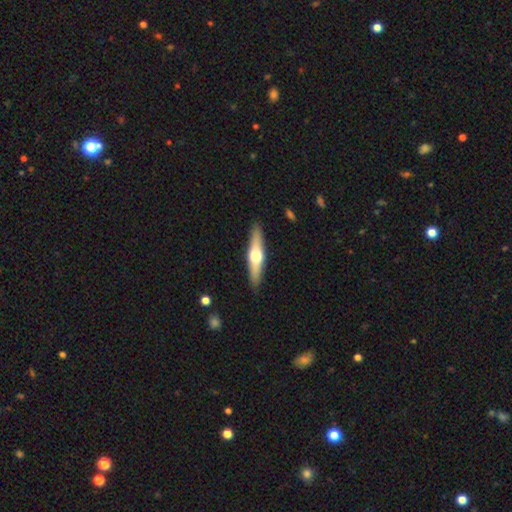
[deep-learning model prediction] smooth_or_featured: featured or disk (p=0.56) [alt: smooth p=0.39]
disk_edge_on: yes (p=0.93) [alt: no p=0.07]
edge_on_bulge: rounded (p=0.95) [alt: none p=0.03]
merging: none (p=0.90) [alt: minor disturbance p=0.07]